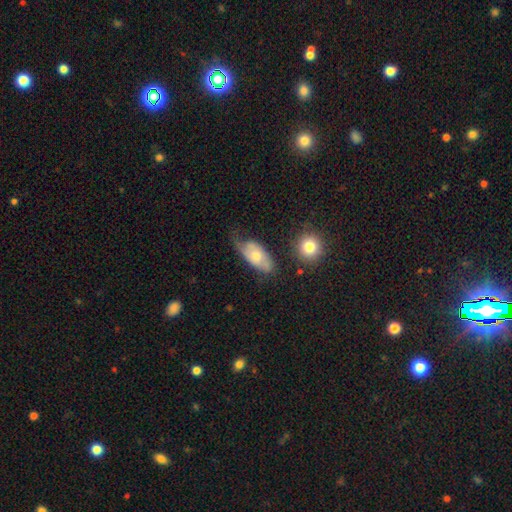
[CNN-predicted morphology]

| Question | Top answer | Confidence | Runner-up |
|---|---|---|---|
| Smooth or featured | smooth | 55% | featured or disk (38%) |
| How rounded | in between | 89% | cigar-shaped (6%) |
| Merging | none | 40% | minor disturbance (34%) |